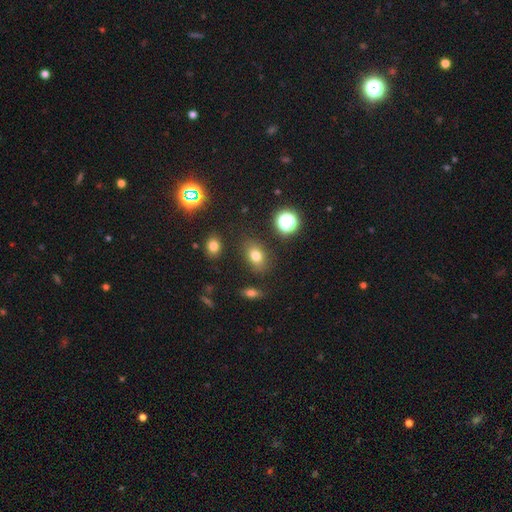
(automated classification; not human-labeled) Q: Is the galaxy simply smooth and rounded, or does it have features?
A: smooth — 74%.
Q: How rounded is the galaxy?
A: in between — 73%.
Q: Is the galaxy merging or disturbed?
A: none — 82%.